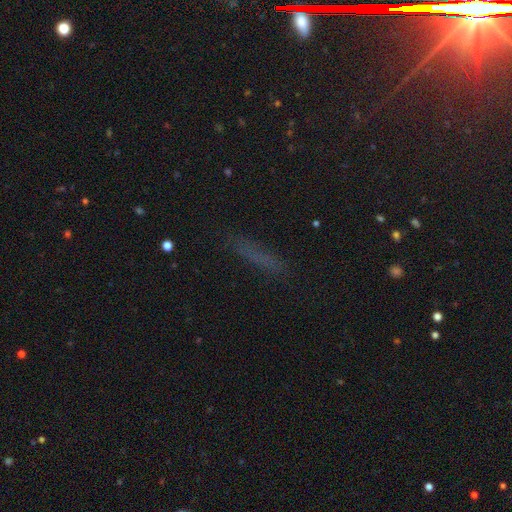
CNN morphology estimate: Smooth or featured: smooth — 51% (star or artifact — 27%)
How rounded: cigar-shaped — 85% (in between — 12%)
Merging: none — 82% (minor disturbance — 12%)